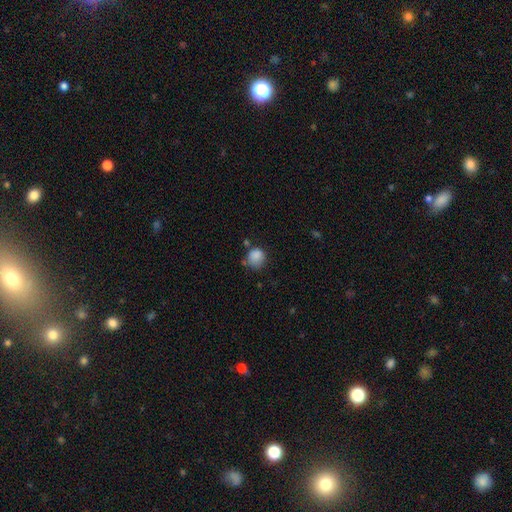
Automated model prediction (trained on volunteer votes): This appears to be a smooth galaxy with no disk features (84%) that is round (79%). Merging: none (55%).